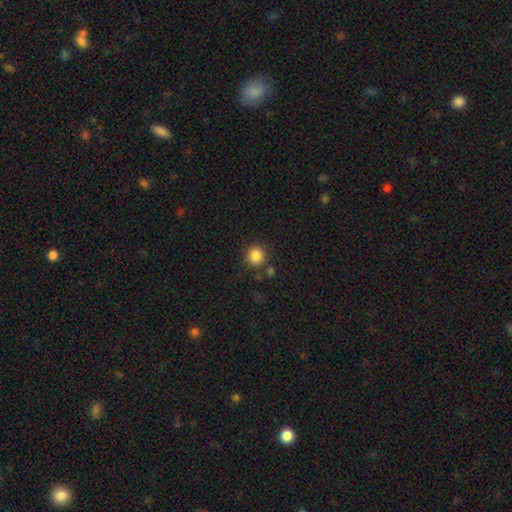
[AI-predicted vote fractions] smooth-or-featured: smooth: 86% | star or artifact: 10% | featured or disk: 4%
  how-rounded: round: 93% | in between: 6% | cigar-shaped: 1%
  merging: none: 82% | minor disturbance: 8% | merger: 6% | major disturbance: 3%